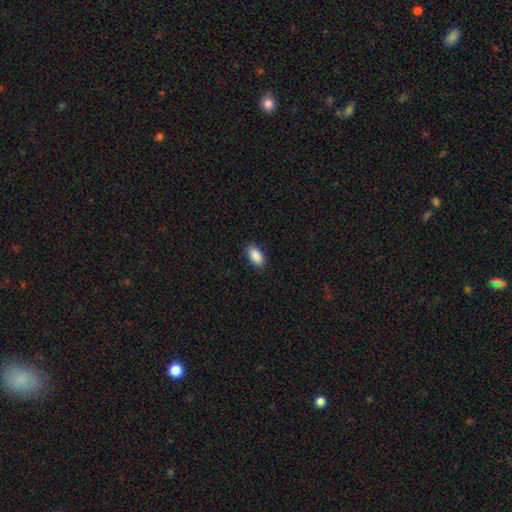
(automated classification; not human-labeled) This is clearly a smooth galaxy (90%). How rounded: clearly in between (93%). Merging: clearly none (88%).